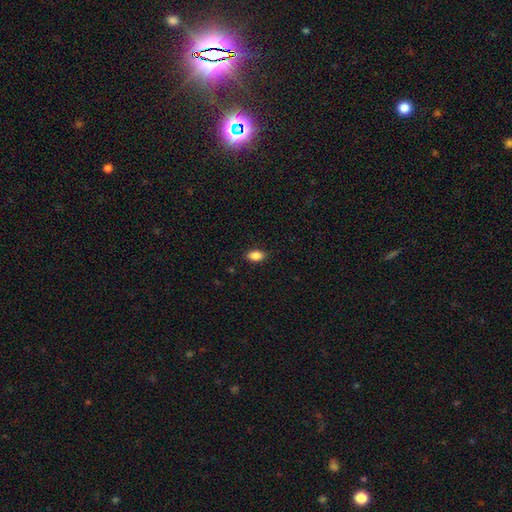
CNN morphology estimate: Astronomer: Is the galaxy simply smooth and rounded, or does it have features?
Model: smooth — 88%.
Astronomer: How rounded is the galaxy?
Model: in between — 90%.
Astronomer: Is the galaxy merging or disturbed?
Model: none — 88%.